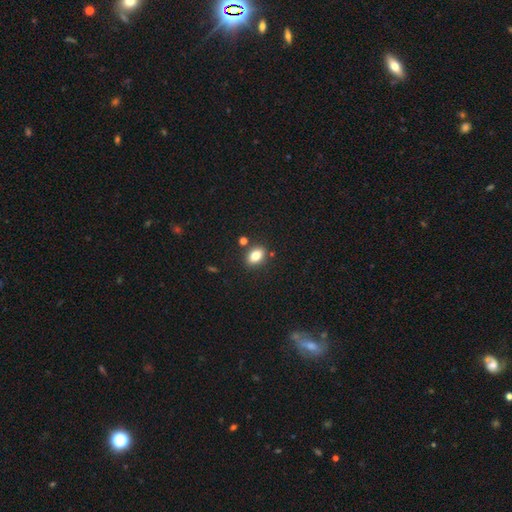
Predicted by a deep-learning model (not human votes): Morphology: type=smooth (81%); roundness=in between (79%); merging=none (82%).